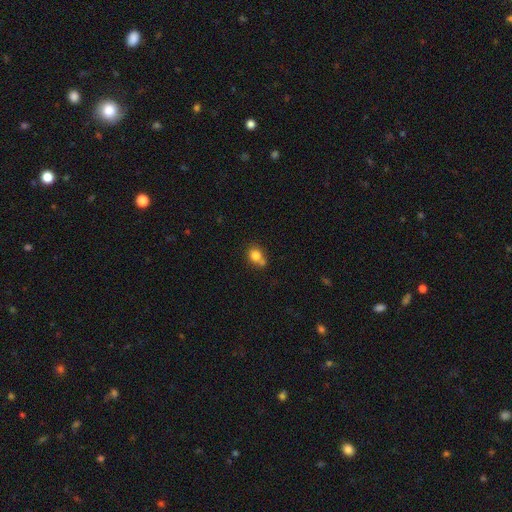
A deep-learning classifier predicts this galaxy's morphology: This is likely a smooth galaxy (80%). How rounded: likely round (70%). Merging: possibly none (49%).